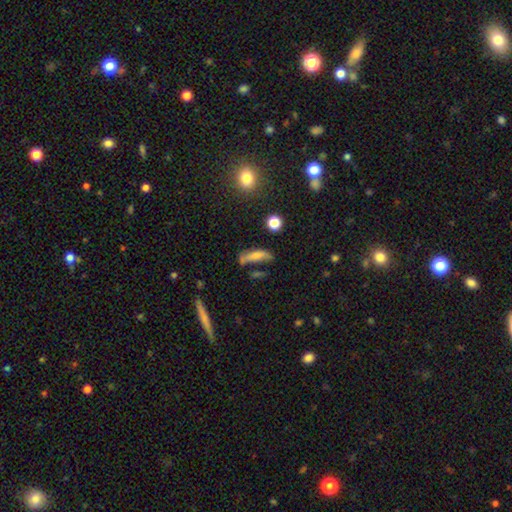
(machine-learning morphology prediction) Smooth or featured?
  - smooth: 62% *
  - featured or disk: 26%
  - star or artifact: 12%
How rounded?
  - cigar-shaped: 56% *
  - in between: 40%
  - round: 4%
Merging?
  - none: 47% *
  - minor disturbance: 25%
  - merger: 15%
  - major disturbance: 13%